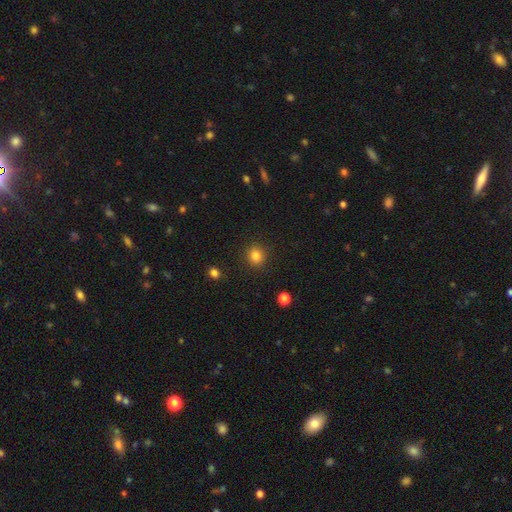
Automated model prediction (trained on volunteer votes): Q: Smooth or featured?
A: smooth (83%); runner-up: star or artifact (12%)
Q: How rounded?
A: round (83%); runner-up: in between (16%)
Q: Merging?
A: none (90%); runner-up: minor disturbance (6%)